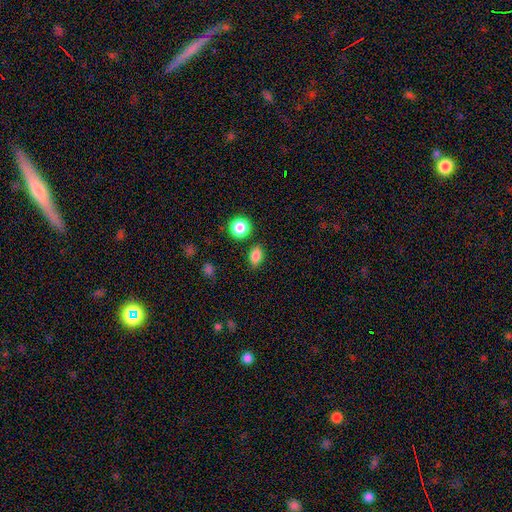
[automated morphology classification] Q: Smooth or featured?
A: smooth (83%); runner-up: star or artifact (11%)
Q: How rounded?
A: in between (75%); runner-up: round (23%)
Q: Merging?
A: none (81%); runner-up: minor disturbance (12%)